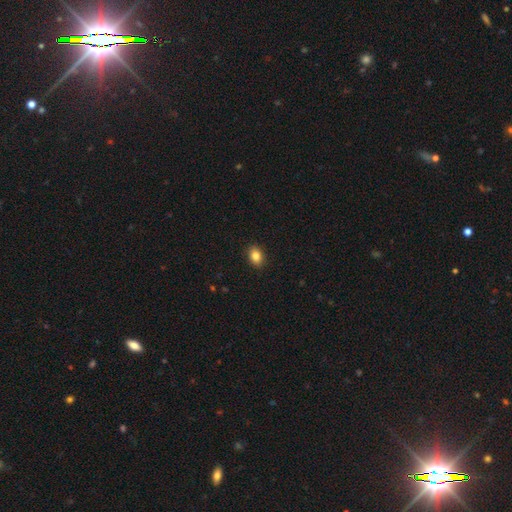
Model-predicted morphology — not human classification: smooth_or_featured: smooth (p=0.84) [alt: star or artifact p=0.09]
how_rounded: in between (p=0.72) [alt: round p=0.26]
merging: none (p=0.91) [alt: minor disturbance p=0.07]